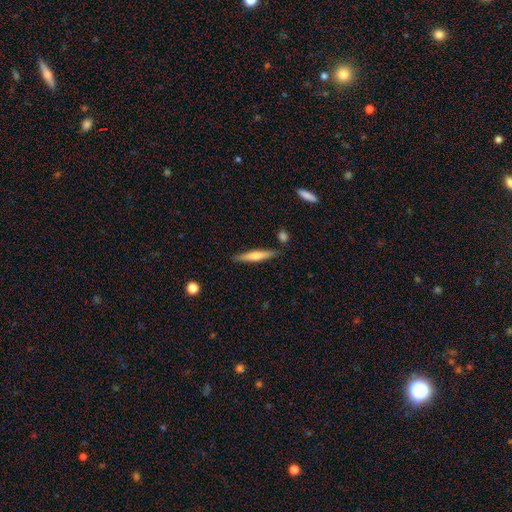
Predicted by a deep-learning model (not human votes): Q: Smooth or featured?
A: smooth (54%); runner-up: featured or disk (41%)
Q: How rounded?
A: cigar-shaped (90%); runner-up: in between (9%)
Q: Merging?
A: none (86%); runner-up: minor disturbance (9%)